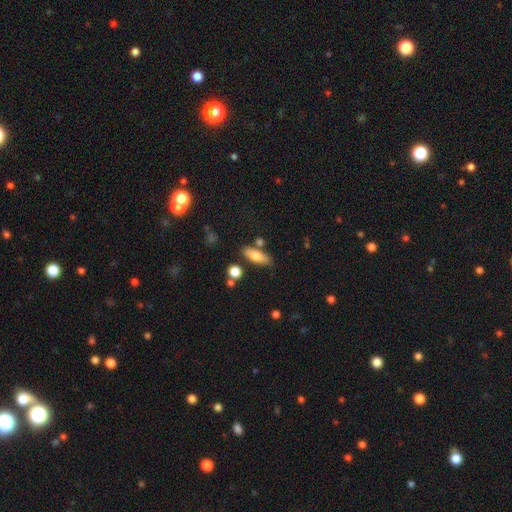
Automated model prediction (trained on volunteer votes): Smooth or featured? Predicted: smooth (p=0.73). How rounded? Predicted: in between (p=0.62). Merging? Predicted: none (p=0.75).